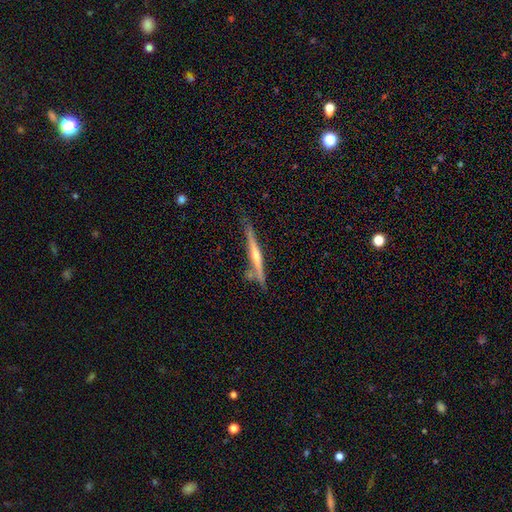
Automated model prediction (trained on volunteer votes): Smooth or featured? Predicted: featured or disk (p=0.68). Edge-on disk? Predicted: yes (p=0.97). Edge-on bulge? Predicted: rounded (p=0.63). Merging? Predicted: none (p=0.74).